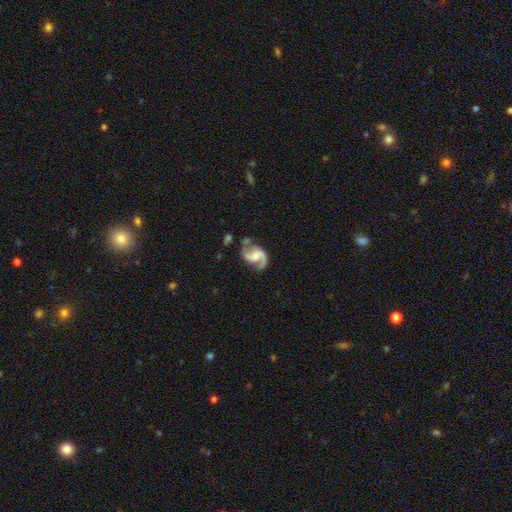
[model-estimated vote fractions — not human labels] Overall: featured or disk (88%). Edge-on disk: no (98%). Bar: weak (44%; no 41%). Spiral arms: yes (97%). Spiral arm count: 2 (91%). Spiral winding: medium (49%; loose 39%). Bulge size: moderate (36%; small 32%). Merging: none (61%; minor disturbance 21%).